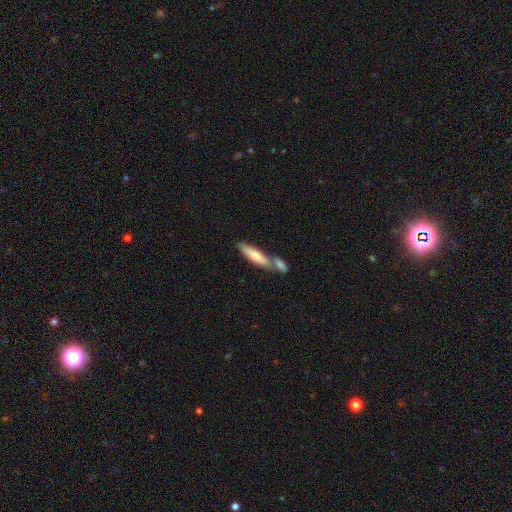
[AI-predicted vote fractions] This is likely a smooth galaxy (67%). How rounded: likely cigar-shaped (73%). Merging: marginally none (45%).